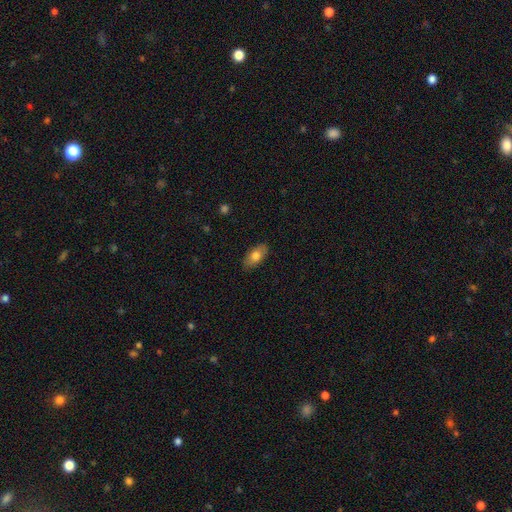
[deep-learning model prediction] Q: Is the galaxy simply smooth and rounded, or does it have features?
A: smooth — 76%.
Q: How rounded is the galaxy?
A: in between — 91%.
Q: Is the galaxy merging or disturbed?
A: none — 86%.